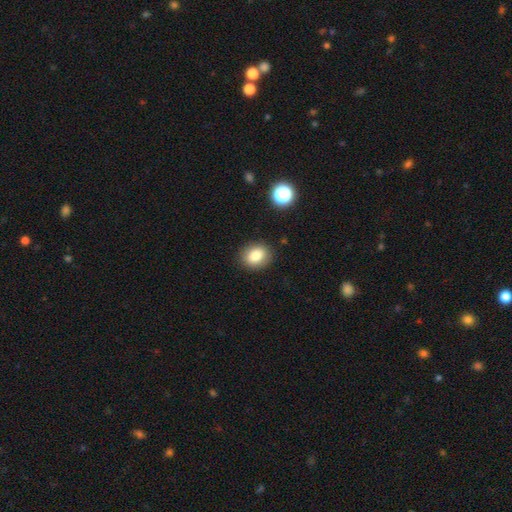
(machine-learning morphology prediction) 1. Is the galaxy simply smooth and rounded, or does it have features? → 84% smooth, 10% star or artifact, 7% featured or disk.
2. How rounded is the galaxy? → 50% in between, 49% round, 1% cigar-shaped.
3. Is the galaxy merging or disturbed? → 87% none, 9% minor disturbance, 3% major disturbance, 2% merger.